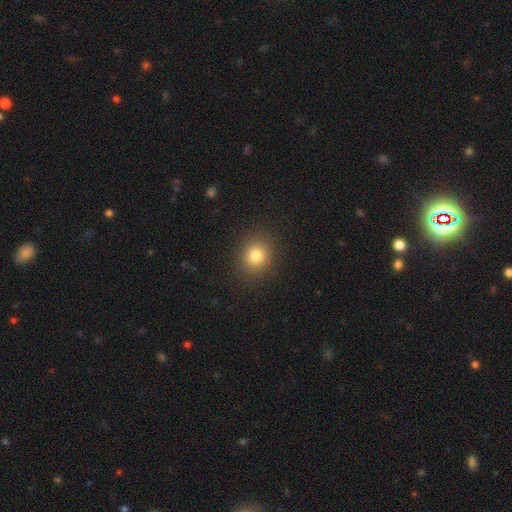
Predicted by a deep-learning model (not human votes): smooth 81%, star or artifact 12%, featured or disk 7%. Down the decision tree: how rounded — round (76%); merging — none (89%).